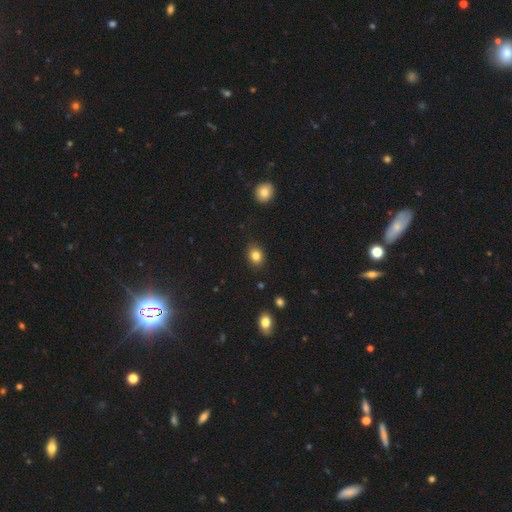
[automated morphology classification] Smooth or featured?
  - smooth: 83% *
  - star or artifact: 11%
  - featured or disk: 6%
How rounded?
  - round: 50% *
  - in between: 49%
  - cigar-shaped: 1%
Merging?
  - none: 86% *
  - minor disturbance: 10%
  - major disturbance: 2%
  - merger: 1%